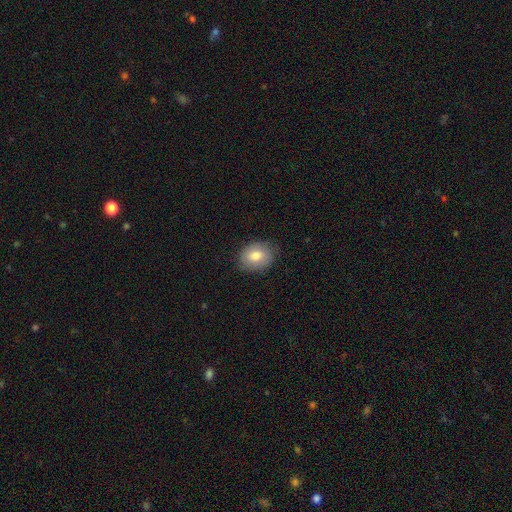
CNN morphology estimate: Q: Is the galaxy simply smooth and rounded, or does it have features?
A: smooth — 78%.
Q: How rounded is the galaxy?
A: in between — 53%.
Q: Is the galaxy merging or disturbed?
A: none — 80%.